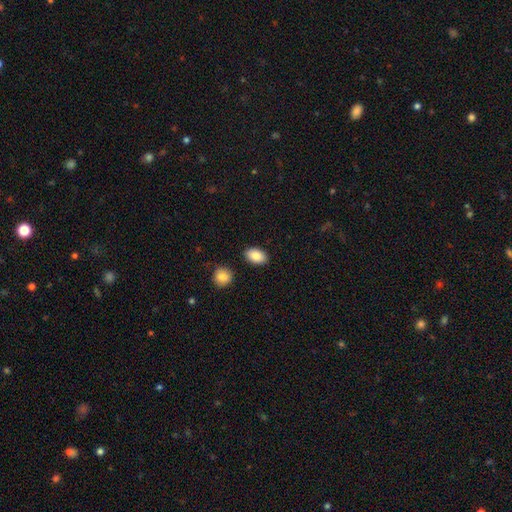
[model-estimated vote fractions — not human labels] Q: Smooth or featured?
A: smooth (87%); runner-up: star or artifact (7%)
Q: How rounded?
A: in between (90%); runner-up: round (9%)
Q: Merging?
A: none (87%); runner-up: minor disturbance (8%)